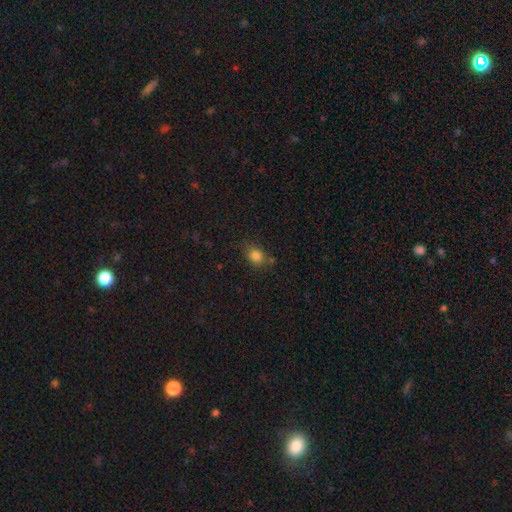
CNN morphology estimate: smooth-or-featured: smooth: 82% | star or artifact: 12% | featured or disk: 6%
  how-rounded: in between: 57% | round: 42% | cigar-shaped: 1%
  merging: none: 72% | minor disturbance: 16% | merger: 7% | major disturbance: 4%